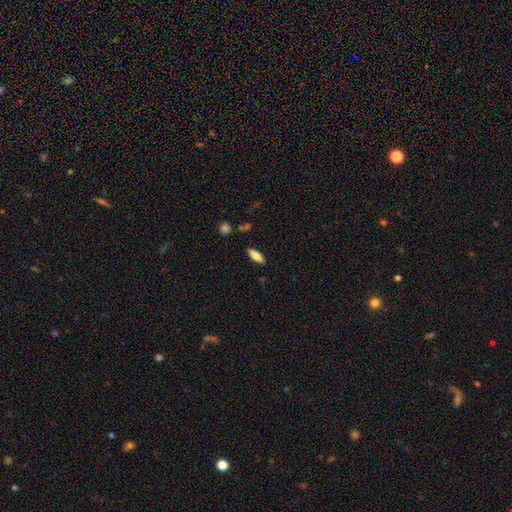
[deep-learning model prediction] A smooth galaxy with no disk features (66%) that is in between round and cigar-shaped (66%). Merging: none (86%).